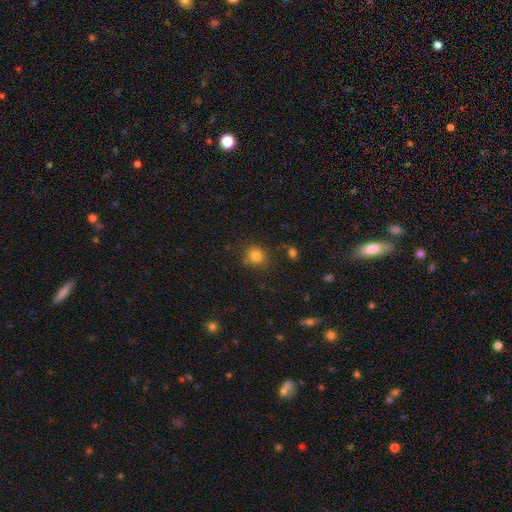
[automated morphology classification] Q: Smooth or featured?
A: smooth (82%); runner-up: star or artifact (12%)
Q: How rounded?
A: round (82%); runner-up: in between (18%)
Q: Merging?
A: none (78%); runner-up: minor disturbance (13%)